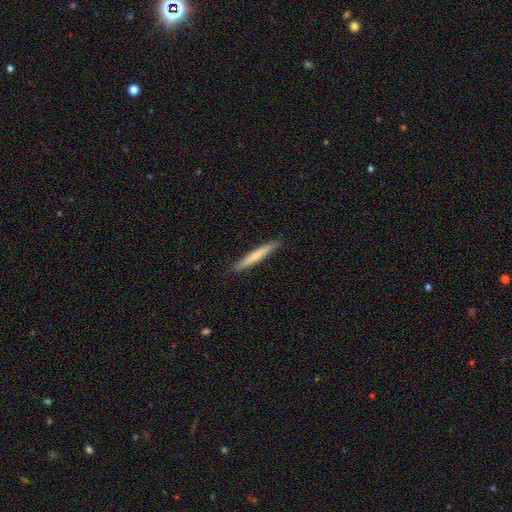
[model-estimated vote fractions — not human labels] A smooth galaxy with no disk features (68%) that is cigar-shaped (96%).

Vote fractions:
- Smooth or featured? smooth: 68% / featured or disk: 26% / star or artifact: 5%
- How rounded? cigar-shaped: 96% / in between: 3% / round: 1%
- Merging? none: 91% / minor disturbance: 7% / major disturbance: 1% / merger: 1%